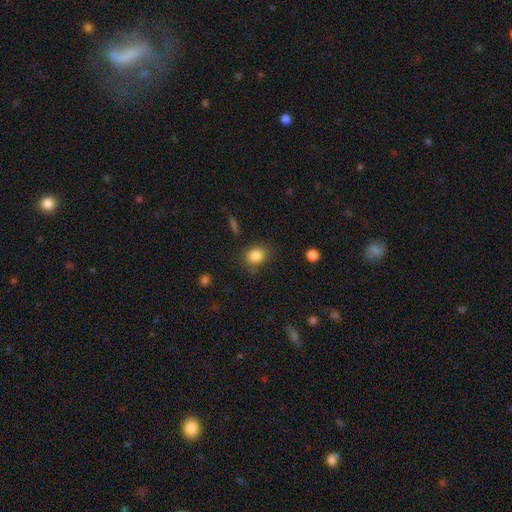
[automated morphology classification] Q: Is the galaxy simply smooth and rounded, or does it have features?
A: smooth — 85%.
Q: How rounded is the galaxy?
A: round — 55%.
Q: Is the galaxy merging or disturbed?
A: none — 78%.